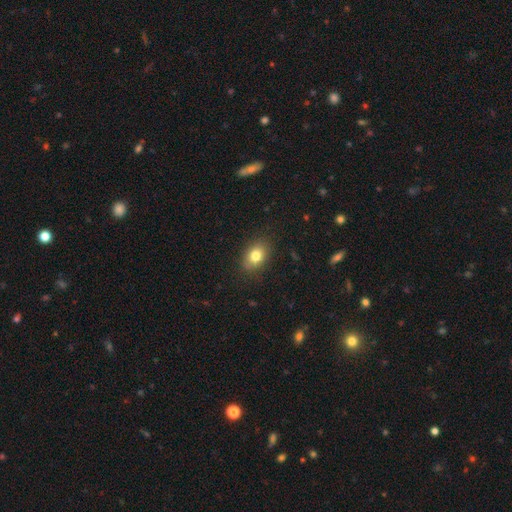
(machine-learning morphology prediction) type=smooth (80%); roundness=in between (72%); merging=none (84%).